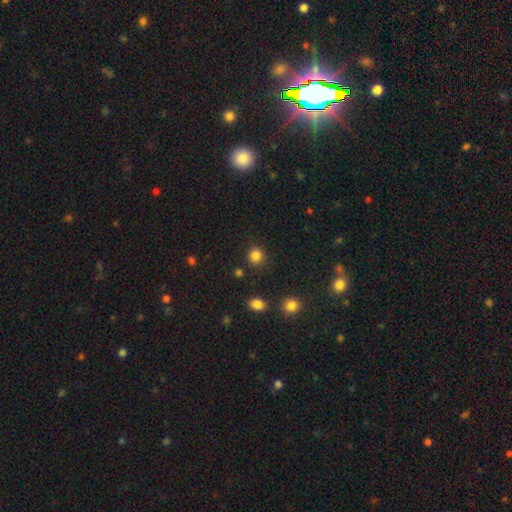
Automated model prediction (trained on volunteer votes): Smooth or featured: smooth — 84% (star or artifact — 12%)
How rounded: round — 88% (in between — 11%)
Merging: none — 86% (minor disturbance — 8%)